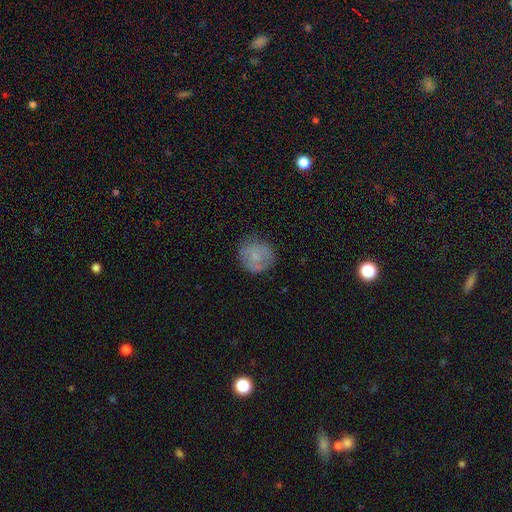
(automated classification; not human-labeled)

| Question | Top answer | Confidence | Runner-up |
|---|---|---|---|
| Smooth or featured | smooth | 69% | featured or disk (23%) |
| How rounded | round | 87% | in between (12%) |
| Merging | none | 75% | minor disturbance (18%) |